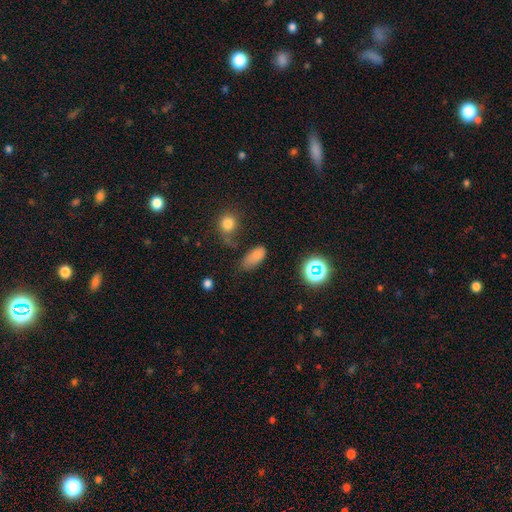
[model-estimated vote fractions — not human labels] Smooth or featured? smooth (73%)
How rounded? in between (87%)
Merging? none (51%)